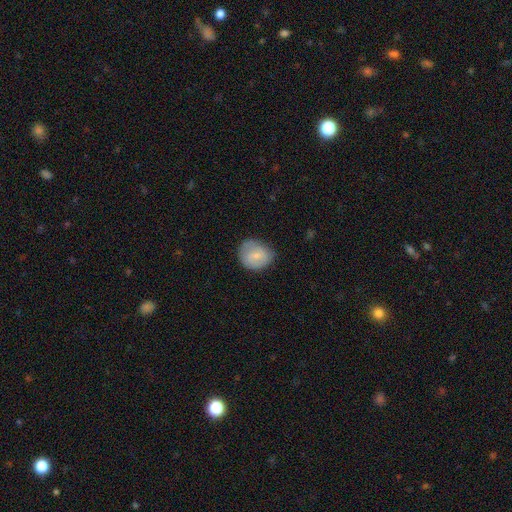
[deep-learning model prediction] smooth-or-featured: smooth: 69% | featured or disk: 24% | star or artifact: 6%
  how-rounded: round: 70% | in between: 29% | cigar-shaped: 1%
  merging: none: 68% | minor disturbance: 25% | major disturbance: 6% | merger: 1%